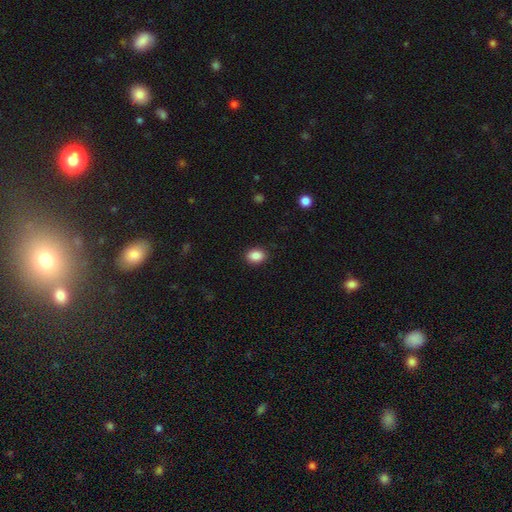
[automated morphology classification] A smooth galaxy with no disk features (88%) that is in between round and cigar-shaped (70%).

Vote fractions:
- Smooth or featured? smooth: 88% / star or artifact: 8% / featured or disk: 4%
- How rounded? in between: 70% / round: 29% / cigar-shaped: 1%
- Merging? none: 88% / minor disturbance: 9% / major disturbance: 2% / merger: 1%